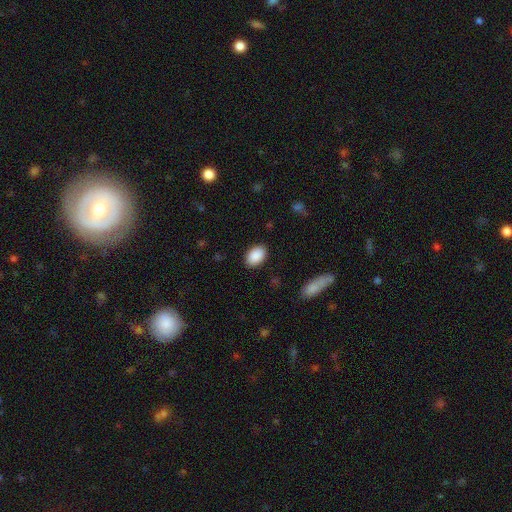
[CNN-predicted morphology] A smooth galaxy with no disk features (90%) that is in between round and cigar-shaped (87%). Merging: none (88%).